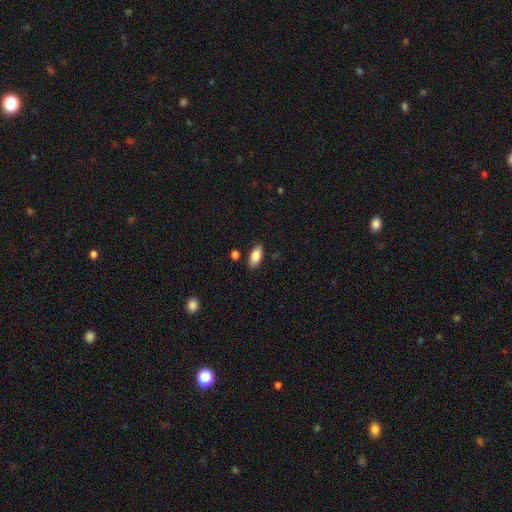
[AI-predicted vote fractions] Smooth or featured?
  - smooth: 86% *
  - featured or disk: 7%
  - star or artifact: 7%
How rounded?
  - in between: 90% *
  - cigar-shaped: 7%
  - round: 3%
Merging?
  - none: 85% *
  - minor disturbance: 10%
  - merger: 3%
  - major disturbance: 2%